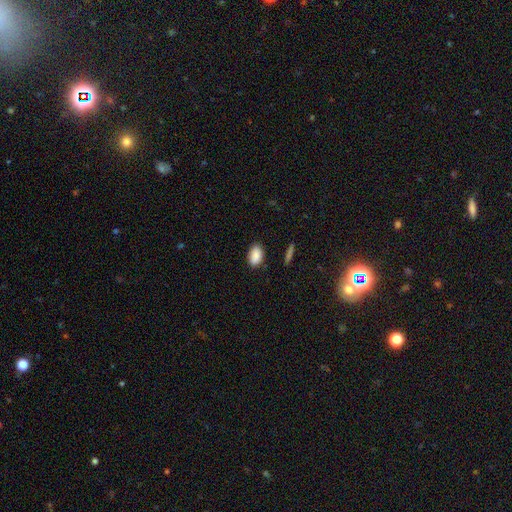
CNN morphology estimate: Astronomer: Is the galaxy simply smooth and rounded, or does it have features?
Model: smooth — 90%.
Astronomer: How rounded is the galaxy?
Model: in between — 92%.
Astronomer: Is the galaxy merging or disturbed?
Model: none — 86%.